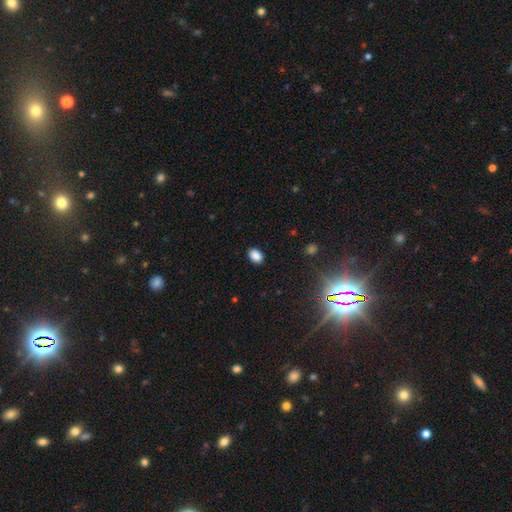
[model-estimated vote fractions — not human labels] Smooth or featured: smooth — 87% (star or artifact — 10%)
How rounded: in between — 79% (round — 19%)
Merging: none — 88% (minor disturbance — 9%)